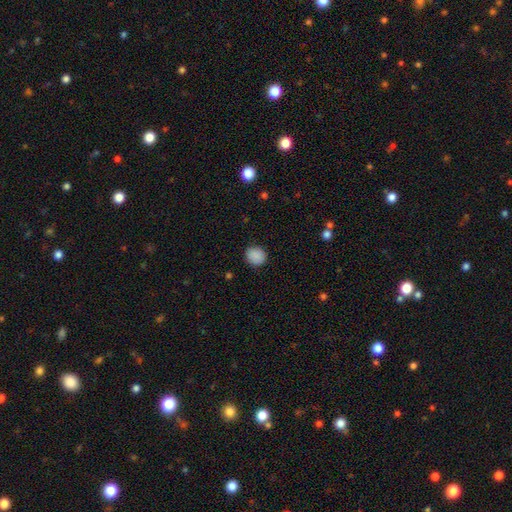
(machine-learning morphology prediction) smooth_or_featured: smooth (p=0.89) [alt: star or artifact p=0.09]
how_rounded: round (p=0.79) [alt: in between p=0.20]
merging: none (p=0.88) [alt: minor disturbance p=0.09]